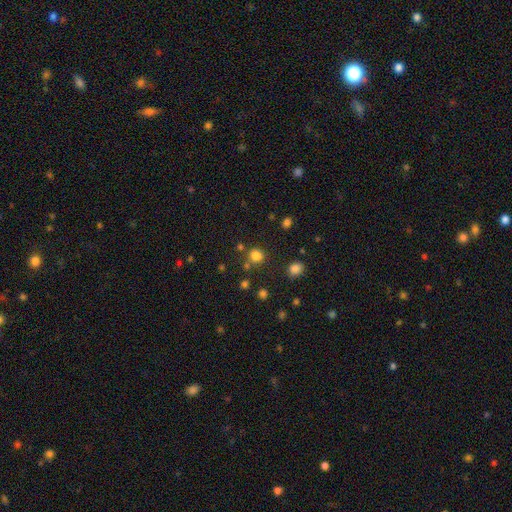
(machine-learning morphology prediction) This is likely a smooth galaxy (77%). How rounded: clearly round (85%). Merging: likely none (73%).